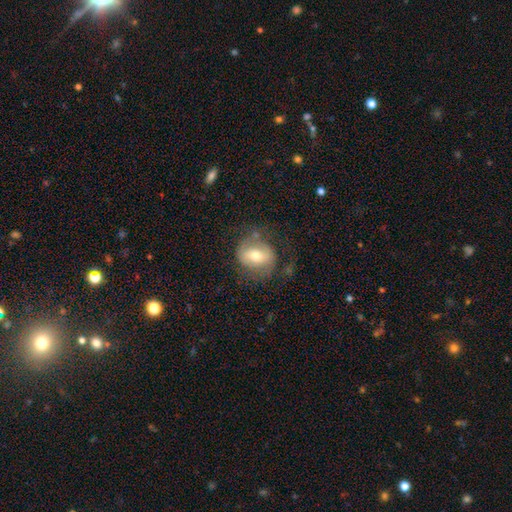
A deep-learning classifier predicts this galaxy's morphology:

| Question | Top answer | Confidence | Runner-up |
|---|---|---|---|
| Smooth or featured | featured or disk | 46% | smooth (45%) |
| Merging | none | 62% | minor disturbance (20%) |